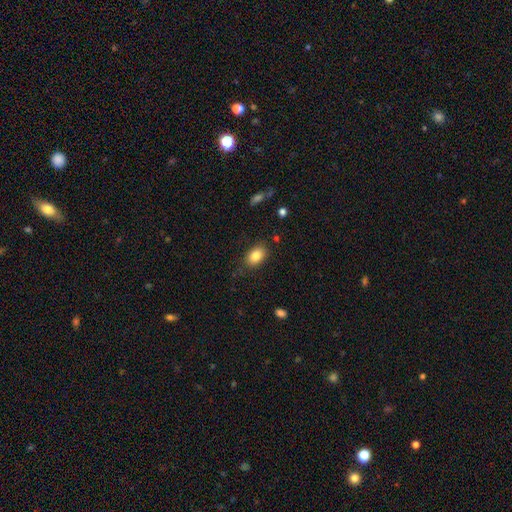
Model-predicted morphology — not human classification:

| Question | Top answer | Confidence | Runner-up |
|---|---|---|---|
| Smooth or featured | smooth | 83% | featured or disk (8%) |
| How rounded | in between | 86% | round (13%) |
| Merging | none | 81% | minor disturbance (14%) |